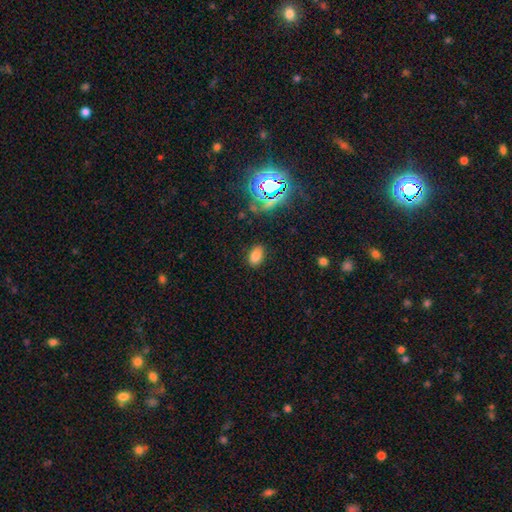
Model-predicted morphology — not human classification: Smooth or featured: smooth — 77% (star or artifact — 17%)
How rounded: in between — 88% (round — 11%)
Merging: none — 85% (minor disturbance — 10%)